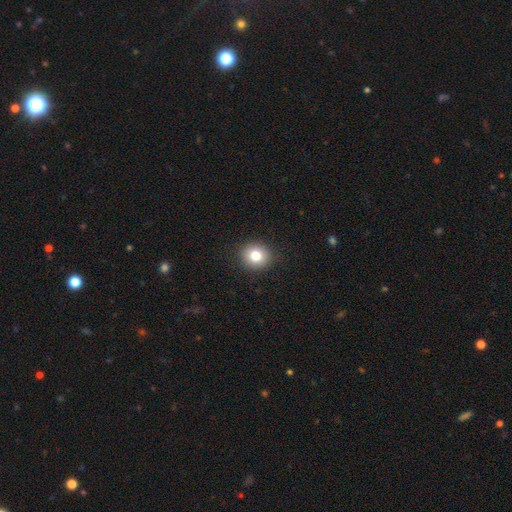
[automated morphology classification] The model was most divided on "how rounded": round: 83%, in between: 16%, cigar-shaped: 1%. More confident: merging — none (91%); smooth or featured — smooth (80%).